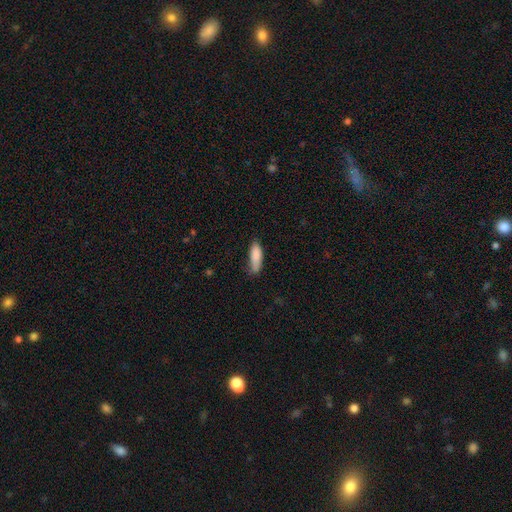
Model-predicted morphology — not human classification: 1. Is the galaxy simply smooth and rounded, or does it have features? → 87% smooth, 7% featured or disk, 6% star or artifact.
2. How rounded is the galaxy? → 56% in between, 42% cigar-shaped, 2% round.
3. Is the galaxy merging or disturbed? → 63% none, 29% minor disturbance, 6% major disturbance, 2% merger.